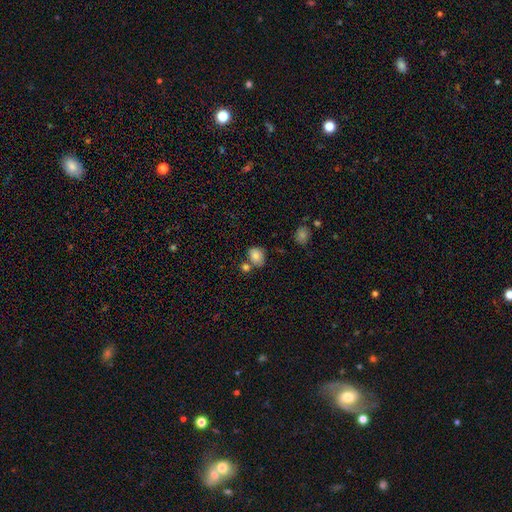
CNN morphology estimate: Smooth or featured? smooth (82%)
How rounded? in between (51%)
Merging? none (58%)